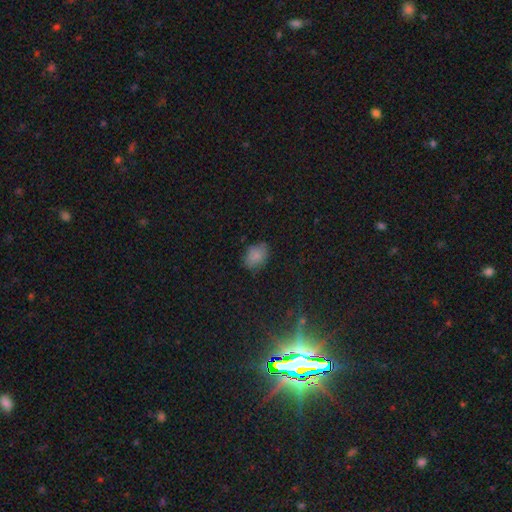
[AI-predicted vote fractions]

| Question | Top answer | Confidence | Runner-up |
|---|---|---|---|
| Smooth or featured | smooth | 81% | star or artifact (12%) |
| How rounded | in between | 72% | round (27%) |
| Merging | none | 77% | minor disturbance (17%) |